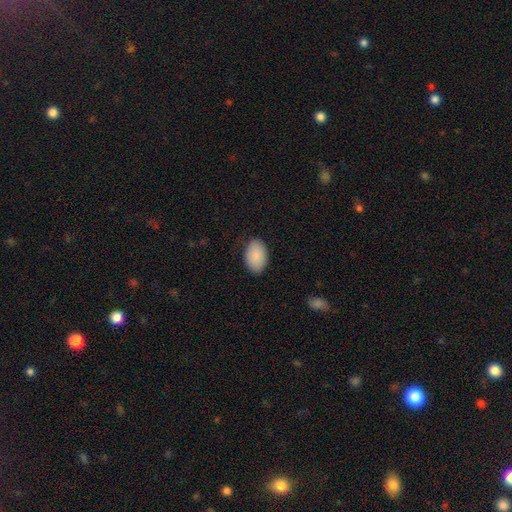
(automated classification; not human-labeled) A smooth galaxy with no disk features (90%) that is in between round and cigar-shaped (91%). Merging: none (84%).